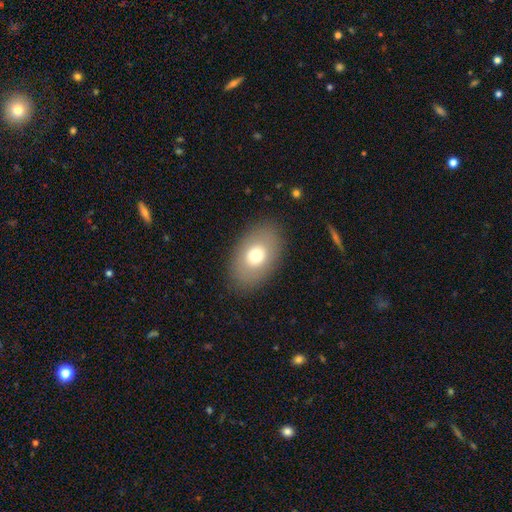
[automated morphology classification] smooth_or_featured: smooth (p=0.71) [alt: featured or disk p=0.20]
how_rounded: in between (p=0.85) [alt: round p=0.14]
merging: none (p=0.86) [alt: minor disturbance p=0.09]